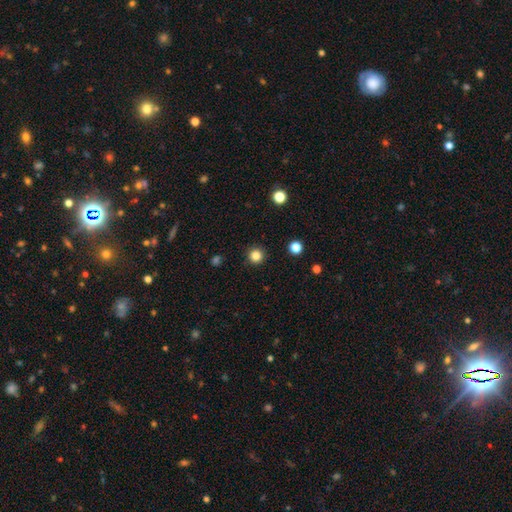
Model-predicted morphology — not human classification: Q: Smooth or featured?
A: smooth (84%); runner-up: star or artifact (12%)
Q: How rounded?
A: round (96%); runner-up: in between (3%)
Q: Merging?
A: none (92%); runner-up: minor disturbance (5%)